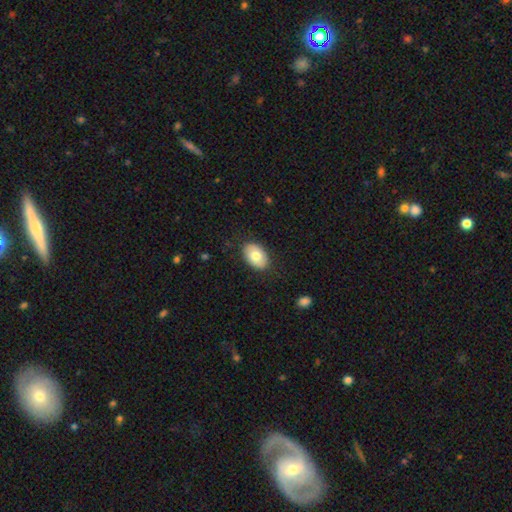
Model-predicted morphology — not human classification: Smooth or featured: smooth — 76% (featured or disk — 18%)
How rounded: in between — 90% (round — 9%)
Merging: none — 85% (minor disturbance — 11%)